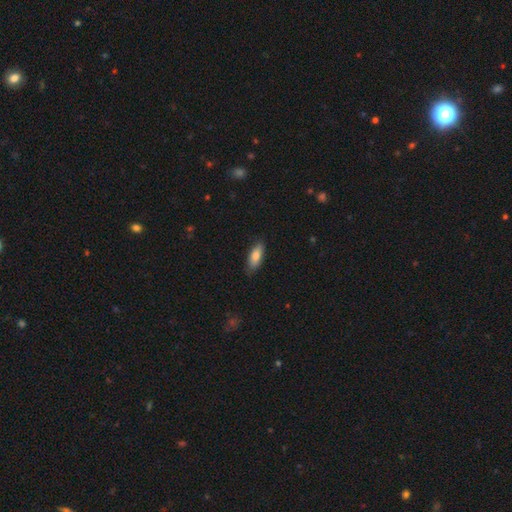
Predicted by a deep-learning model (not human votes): Smooth or featured?
  - smooth: 78% *
  - featured or disk: 16%
  - star or artifact: 6%
How rounded?
  - in between: 71% *
  - cigar-shaped: 27%
  - round: 2%
Merging?
  - none: 82% *
  - minor disturbance: 15%
  - major disturbance: 2%
  - merger: 1%